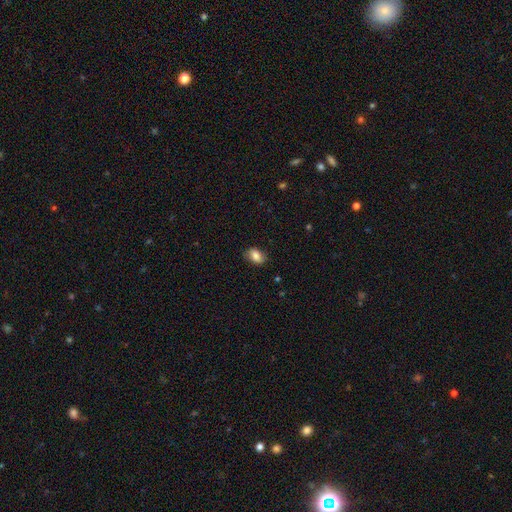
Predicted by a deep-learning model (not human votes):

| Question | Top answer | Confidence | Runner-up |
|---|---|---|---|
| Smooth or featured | smooth | 80% | featured or disk (12%) |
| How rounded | in between | 83% | round (15%) |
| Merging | none | 79% | minor disturbance (17%) |